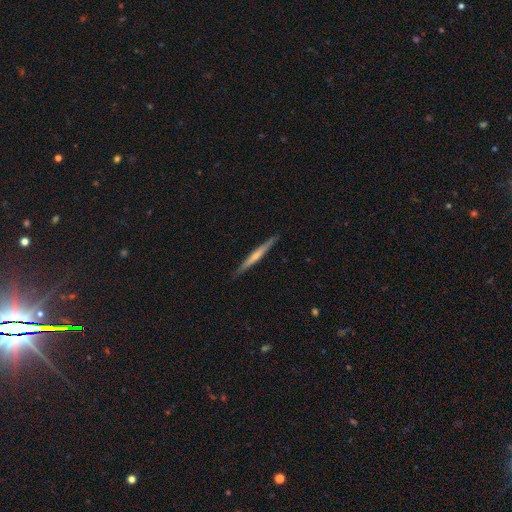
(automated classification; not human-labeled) Overall: featured or disk (51%; smooth 44%). Edge-on disk: yes (97%). Merging: none (90%).